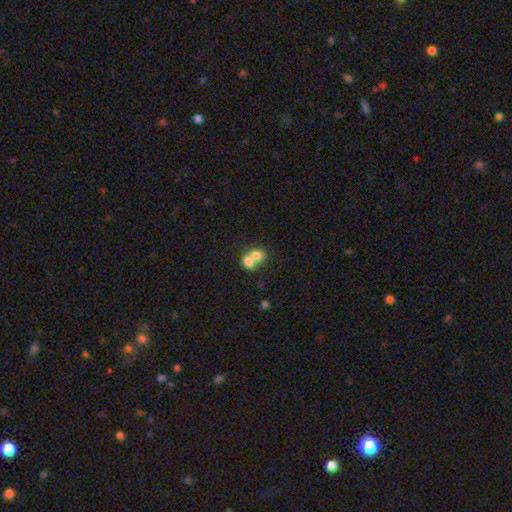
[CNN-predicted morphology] Smooth or featured? smooth (74%)
How rounded? in between (51%)
Merging? merger (73%)